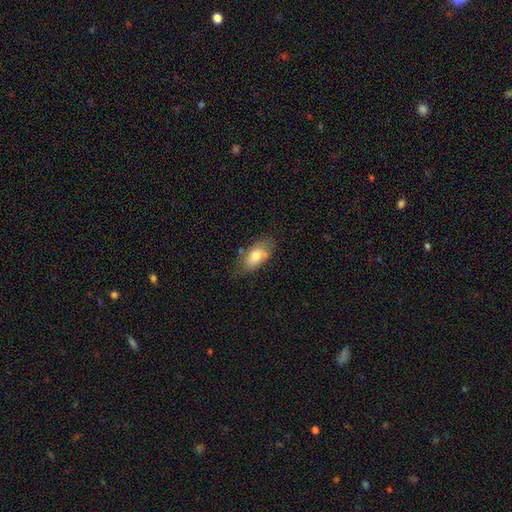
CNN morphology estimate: Overall: smooth (73%). How rounded: in between (90%). Merging: none (59%; minor disturbance 25%).